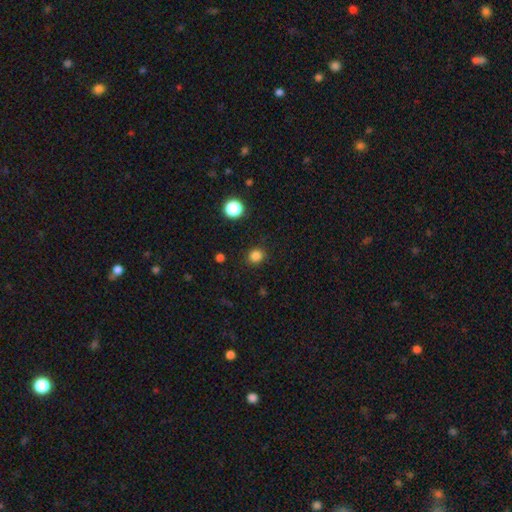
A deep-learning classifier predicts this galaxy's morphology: smooth 83%, star or artifact 13%, featured or disk 4%. Down the decision tree: how rounded — round (82%); merging — none (89%).